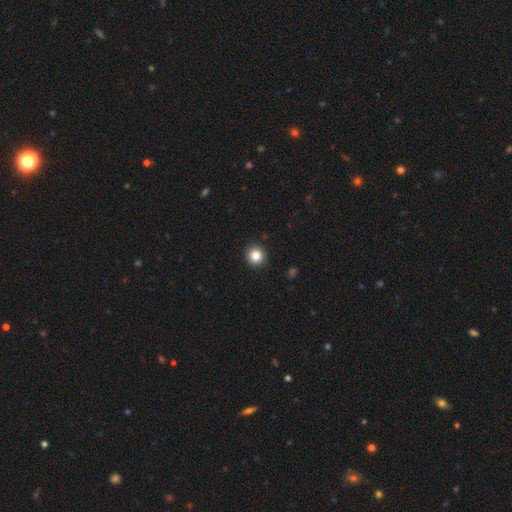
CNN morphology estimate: Smooth or featured? Predicted: smooth (p=0.84). How rounded? Predicted: round (p=0.90). Merging? Predicted: none (p=0.92).